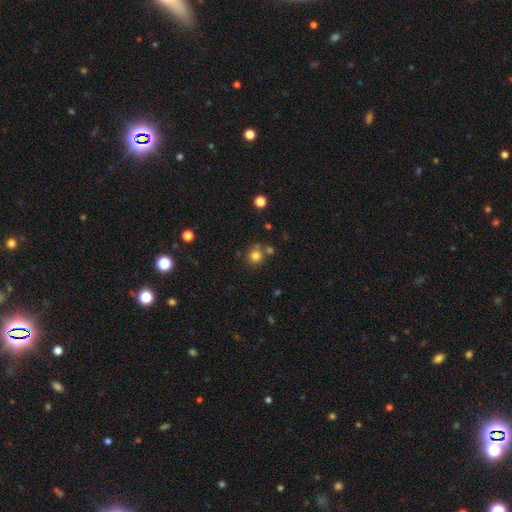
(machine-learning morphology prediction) Smooth or featured: smooth — 81% (star or artifact — 13%)
How rounded: round — 91% (in between — 8%)
Merging: none — 70% (merger — 15%)